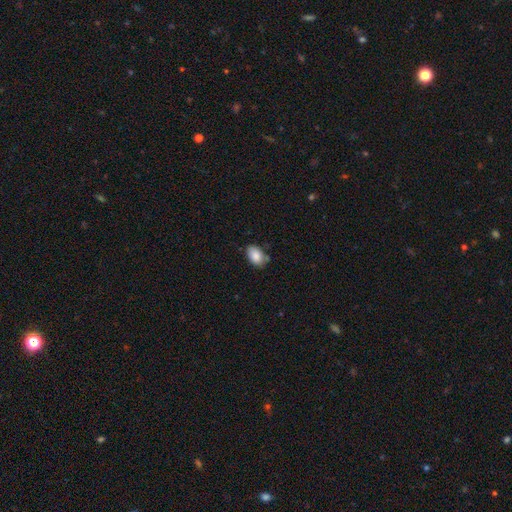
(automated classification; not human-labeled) A smooth galaxy with no disk features (86%) that is in between round and cigar-shaped (88%).

Vote fractions:
- Smooth or featured? smooth: 86% / star or artifact: 7% / featured or disk: 6%
- How rounded? in between: 88% / round: 10% / cigar-shaped: 1%
- Merging? none: 67% / minor disturbance: 24% / merger: 4% / major disturbance: 4%